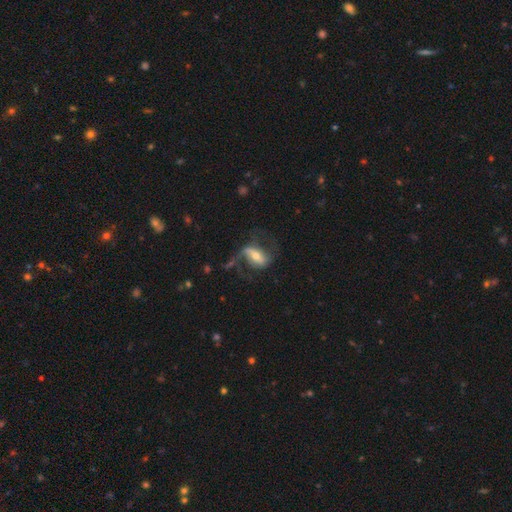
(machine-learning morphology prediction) type=featured or disk (72%); edge-on=no (93%); bar=strong (53%); spiral arms=yes (86%); winding=loose (59%); arm count=2 (75%); bulge=moderate (51%); merging=none (49%).